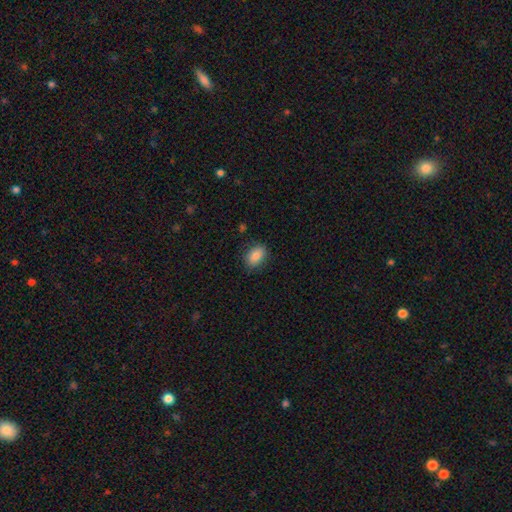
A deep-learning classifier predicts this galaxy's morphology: This appears to be a smooth galaxy with no disk features (84%) that is in between round and cigar-shaped (81%). Merging: none (84%).